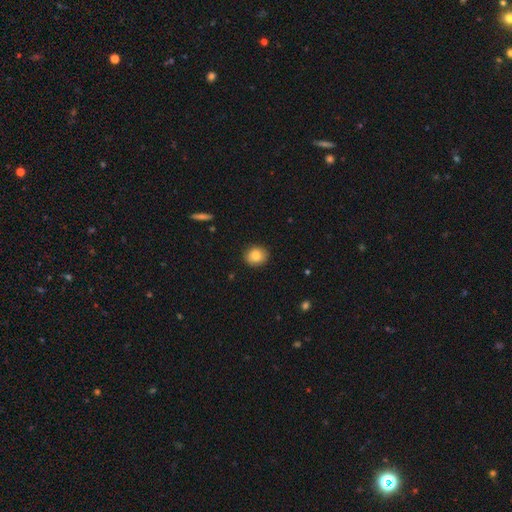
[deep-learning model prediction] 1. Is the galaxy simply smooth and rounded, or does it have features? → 85% smooth, 8% star or artifact, 7% featured or disk.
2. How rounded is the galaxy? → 76% round, 23% in between, 1% cigar-shaped.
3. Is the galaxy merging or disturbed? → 88% none, 9% minor disturbance, 2% major disturbance, 1% merger.